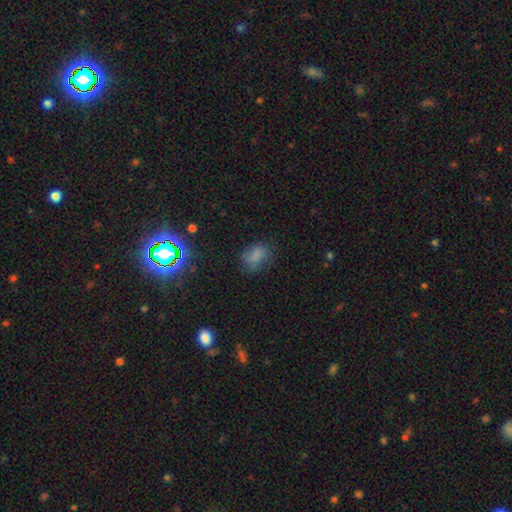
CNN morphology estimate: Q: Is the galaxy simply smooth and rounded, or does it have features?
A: smooth — 76%.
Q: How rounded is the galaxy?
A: in between — 74%.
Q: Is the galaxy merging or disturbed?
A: none — 68%.